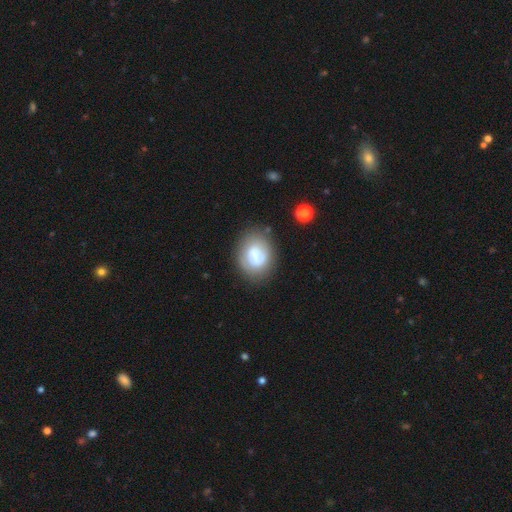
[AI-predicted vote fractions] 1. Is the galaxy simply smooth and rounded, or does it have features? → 55% smooth, 36% featured or disk, 9% star or artifact.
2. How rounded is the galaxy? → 50% in between, 49% round, 1% cigar-shaped.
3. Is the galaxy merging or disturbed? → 62% none, 22% minor disturbance, 11% major disturbance, 5% merger.